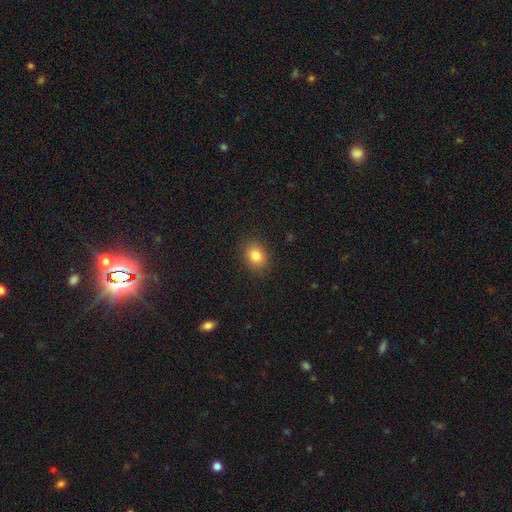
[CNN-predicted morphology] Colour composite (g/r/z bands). It shows a smooth galaxy with no disk features (82%) that is in between round and cigar-shaped (50%). Merging: none (89%).